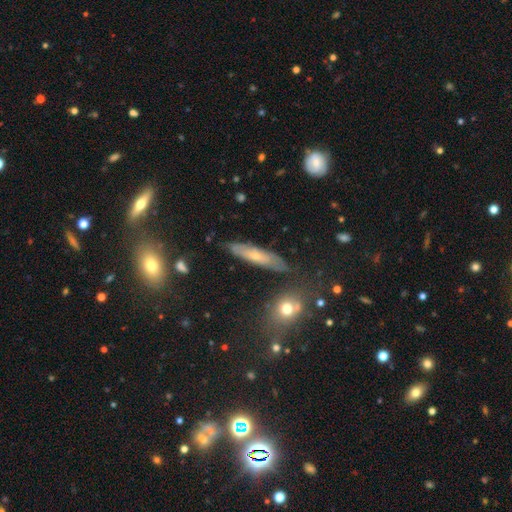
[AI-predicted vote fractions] Smooth or featured? Predicted: featured or disk (p=0.48). Merging? Predicted: none (p=0.78).